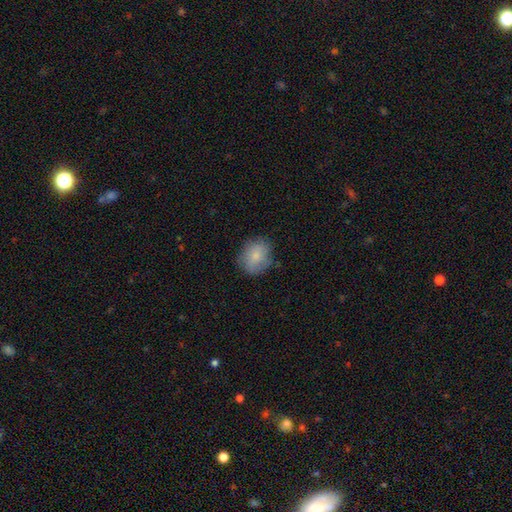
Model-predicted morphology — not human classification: Smooth or featured: smooth — 80% (featured or disk — 12%)
How rounded: round — 53% (in between — 46%)
Merging: none — 75% (minor disturbance — 19%)